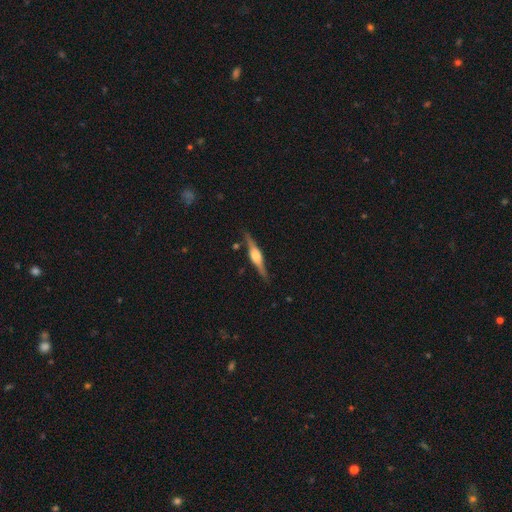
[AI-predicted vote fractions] Smooth or featured? Predicted: featured or disk (p=0.78). Edge-on disk? Predicted: yes (p=0.98). Edge-on bulge? Predicted: rounded (p=0.85). Merging? Predicted: none (p=0.87).